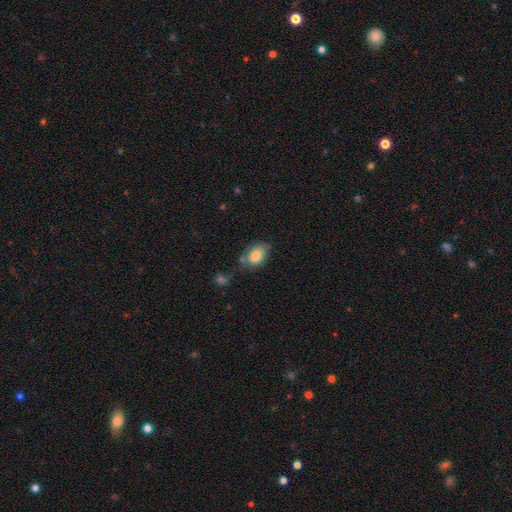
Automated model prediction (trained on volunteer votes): smooth_or_featured: smooth (p=0.81) [alt: featured or disk p=0.11]
how_rounded: in between (p=0.85) [alt: round p=0.13]
merging: none (p=0.49) [alt: minor disturbance p=0.28]